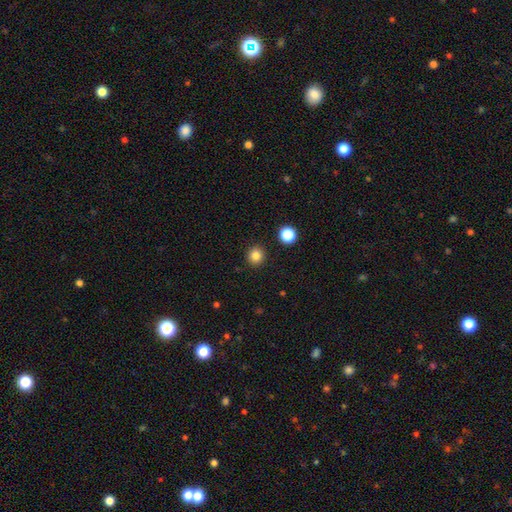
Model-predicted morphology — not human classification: Smooth or featured?
  - smooth: 84% *
  - star or artifact: 12%
  - featured or disk: 4%
How rounded?
  - round: 94% *
  - in between: 5%
  - cigar-shaped: 1%
Merging?
  - none: 92% *
  - minor disturbance: 4%
  - major disturbance: 2%
  - merger: 2%